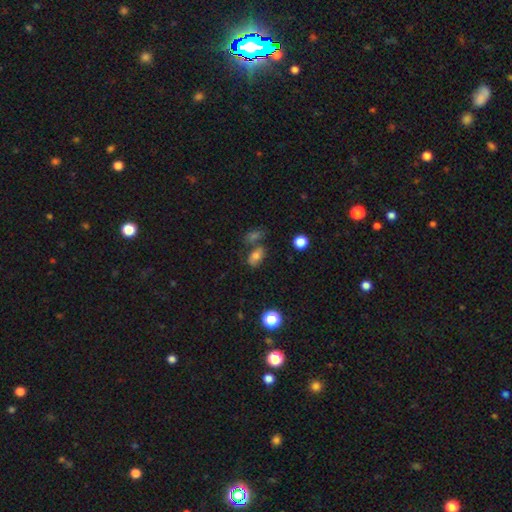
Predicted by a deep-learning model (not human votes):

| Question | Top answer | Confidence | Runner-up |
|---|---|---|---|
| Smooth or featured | smooth | 68% | featured or disk (17%) |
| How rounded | in between | 80% | round (16%) |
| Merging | none | 48% | merger (28%) |